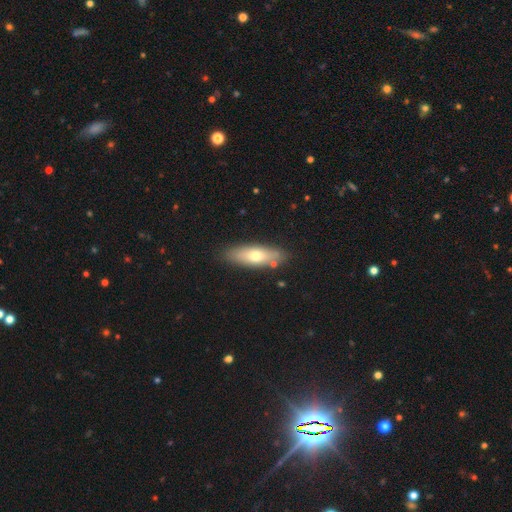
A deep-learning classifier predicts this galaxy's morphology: Q: Smooth or featured?
A: smooth (61%); runner-up: featured or disk (32%)
Q: How rounded?
A: in between (54%); runner-up: cigar-shaped (43%)
Q: Merging?
A: none (84%); runner-up: minor disturbance (11%)